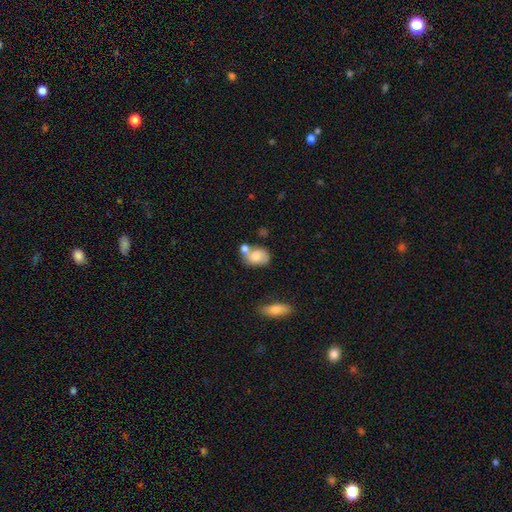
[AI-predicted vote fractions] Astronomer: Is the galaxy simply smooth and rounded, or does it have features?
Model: smooth — 63%.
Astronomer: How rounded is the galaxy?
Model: in between — 73%.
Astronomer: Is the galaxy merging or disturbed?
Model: none — 41% (runner-up: merger, 35%).